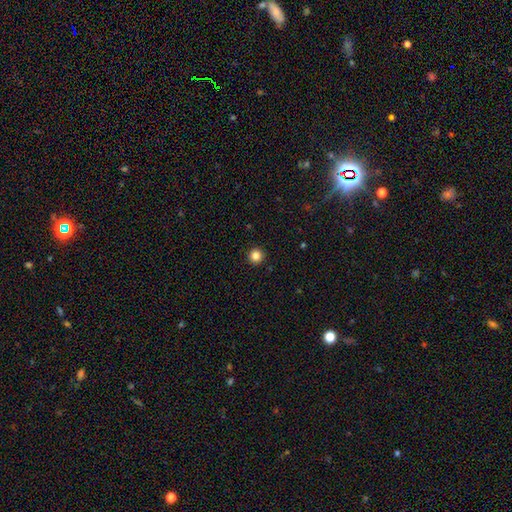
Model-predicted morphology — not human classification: smooth 84%, star or artifact 11%, featured or disk 4%. Down the decision tree: how rounded — round (96%); merging — none (93%).